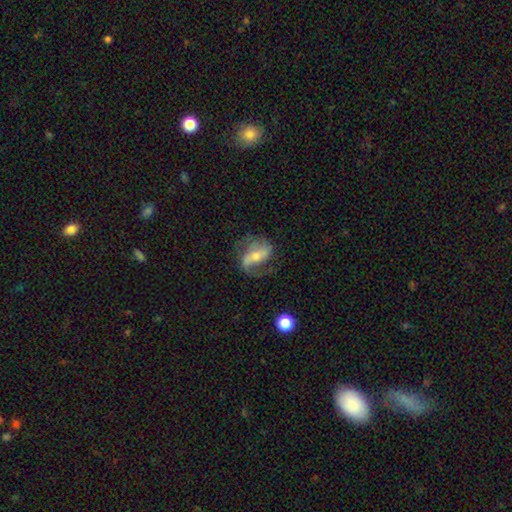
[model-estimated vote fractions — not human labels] Morphology: type=featured or disk (73%); edge-on=no (95%); bar=strong (42%); spiral arms=yes (89%); winding=loose (44%); arm count=2 (79%); bulge=moderate (49%); merging=none (60%).